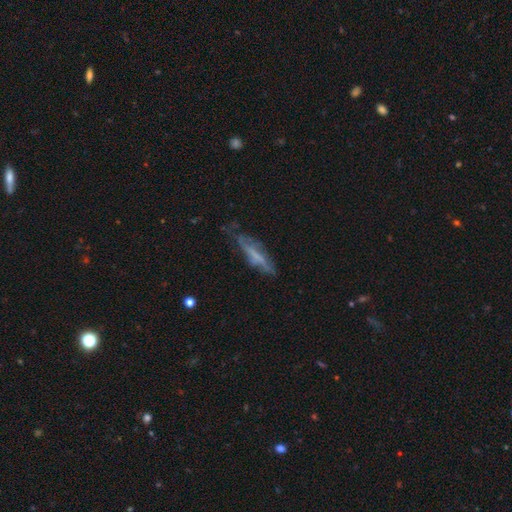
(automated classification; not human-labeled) smooth_or_featured: featured or disk (p=0.51) [alt: smooth p=0.40]
disk_edge_on: yes (p=0.53) [alt: no p=0.47]
merging: none (p=0.52) [alt: minor disturbance p=0.30]